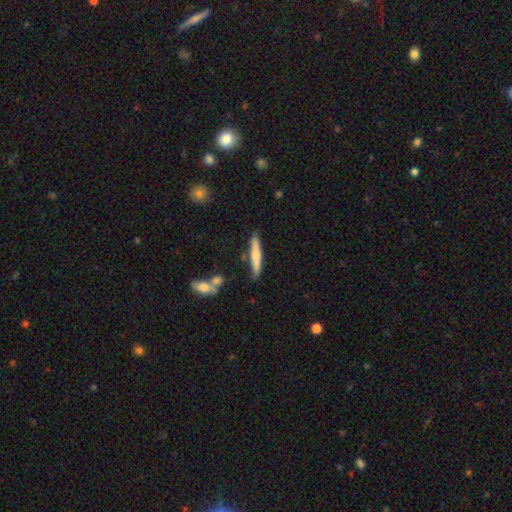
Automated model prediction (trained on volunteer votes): The model was most divided on "smooth or featured": smooth: 63%, featured or disk: 32%, star or artifact: 6%. More confident: how rounded — cigar-shaped (93%); merging — none (82%).